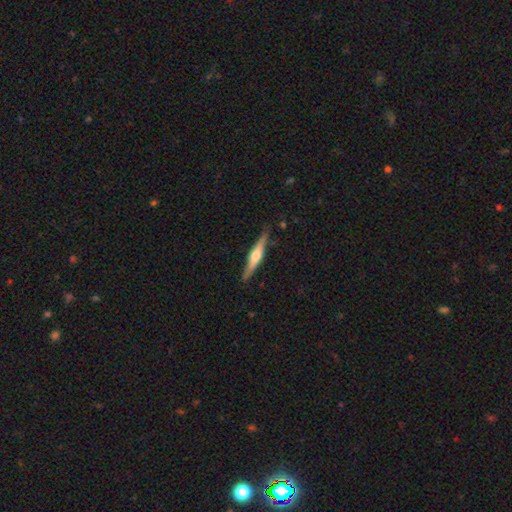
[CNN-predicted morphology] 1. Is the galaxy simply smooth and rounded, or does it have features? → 69% featured or disk, 26% smooth, 5% star or artifact.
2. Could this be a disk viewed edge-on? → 97% yes, 3% no.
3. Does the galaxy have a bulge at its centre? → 90% rounded, 6% boxy, 4% none.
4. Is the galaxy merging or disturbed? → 87% none, 10% minor disturbance, 2% major disturbance, 1% merger.